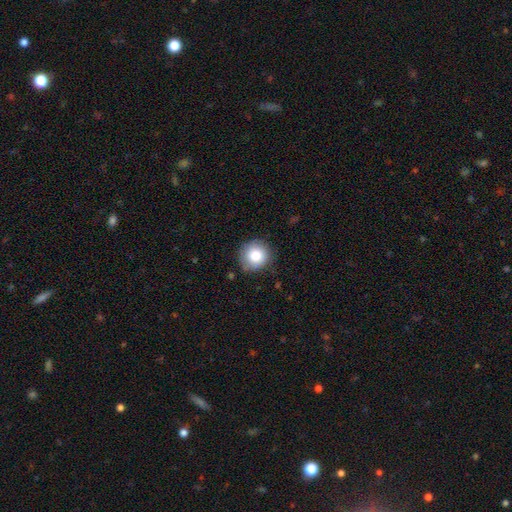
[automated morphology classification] Q: Smooth or featured?
A: smooth (82%); runner-up: featured or disk (9%)
Q: How rounded?
A: round (93%); runner-up: in between (6%)
Q: Merging?
A: none (83%); runner-up: minor disturbance (13%)